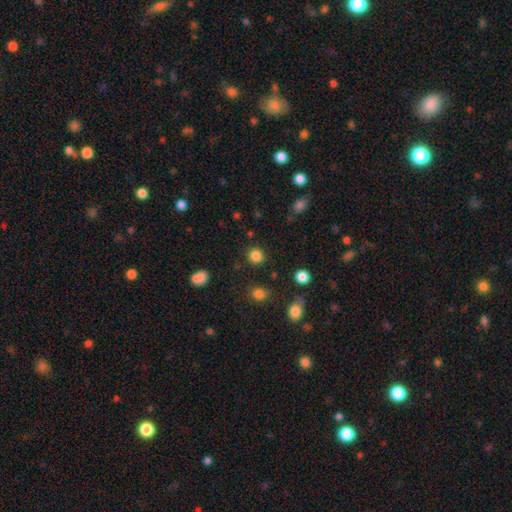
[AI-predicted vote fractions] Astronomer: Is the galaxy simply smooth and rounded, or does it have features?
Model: smooth — 85%.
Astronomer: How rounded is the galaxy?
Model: round — 90%.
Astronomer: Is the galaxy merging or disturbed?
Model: none — 89%.